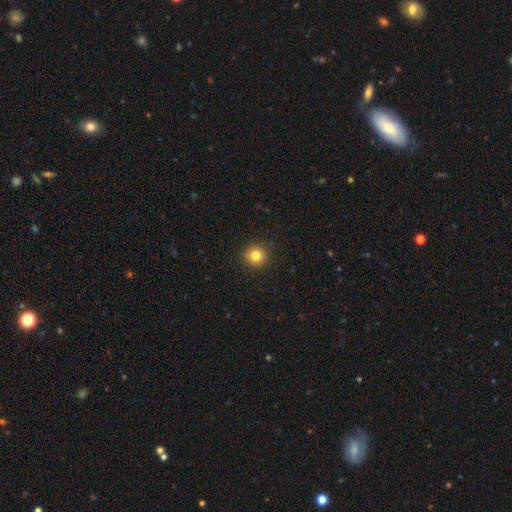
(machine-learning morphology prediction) This is clearly a smooth galaxy (81%). How rounded: clearly round (94%). Merging: clearly none (92%).